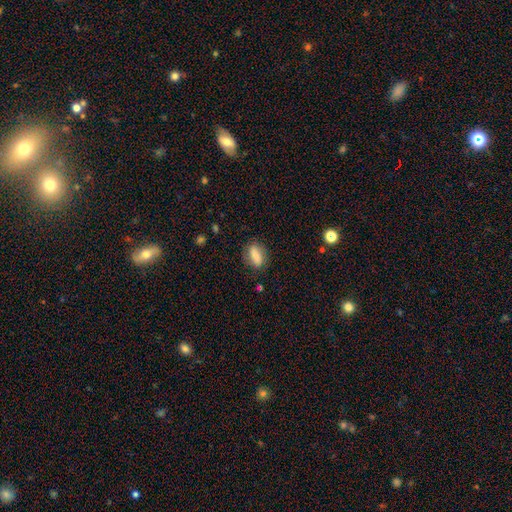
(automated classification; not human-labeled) Overall: smooth (76%). How rounded: in between (77%). Merging: none (81%).